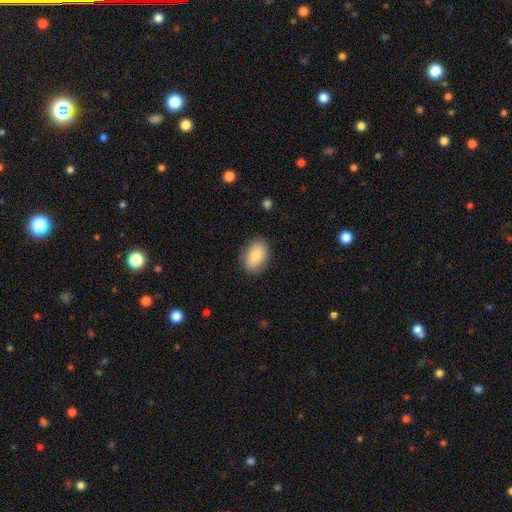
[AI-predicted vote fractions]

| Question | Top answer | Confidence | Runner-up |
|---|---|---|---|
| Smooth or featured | smooth | 80% | featured or disk (13%) |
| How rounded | in between | 88% | round (10%) |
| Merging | none | 85% | minor disturbance (12%) |